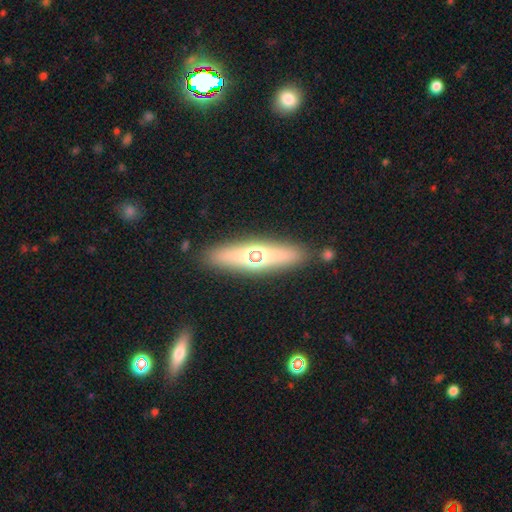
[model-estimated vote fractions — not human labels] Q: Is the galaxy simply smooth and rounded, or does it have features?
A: featured or disk — 50%.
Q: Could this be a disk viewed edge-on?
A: yes — 84%.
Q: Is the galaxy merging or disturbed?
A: none — 86%.